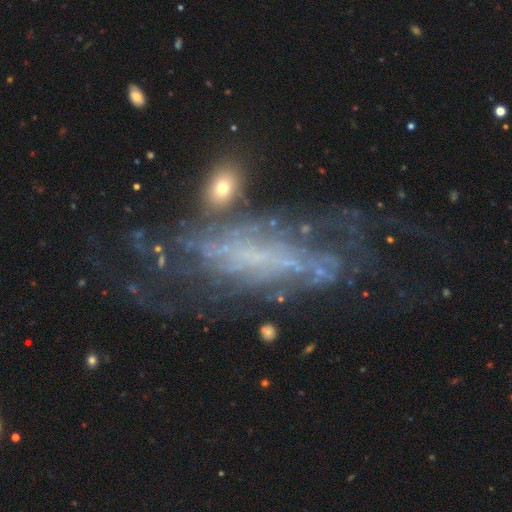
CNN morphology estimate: type=featured or disk (74%); edge-on=no (82%); bar=no (51%); spiral arms=yes (69%); bulge=none (60%); merging=none (46%).